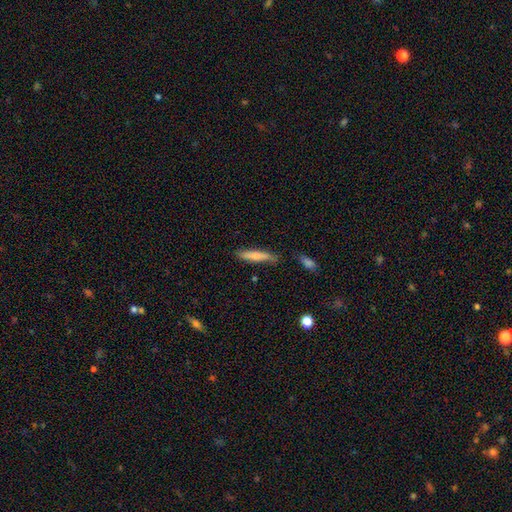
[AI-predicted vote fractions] smooth-or-featured: smooth: 70% | featured or disk: 24% | star or artifact: 6%
  how-rounded: cigar-shaped: 88% | in between: 10% | round: 1%
  merging: none: 77% | minor disturbance: 16% | merger: 4% | major disturbance: 3%